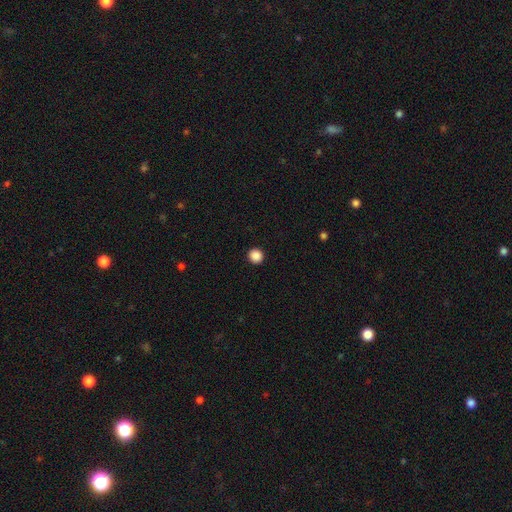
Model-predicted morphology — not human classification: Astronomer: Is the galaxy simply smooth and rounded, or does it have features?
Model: smooth — 88%.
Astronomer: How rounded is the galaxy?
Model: round — 94%.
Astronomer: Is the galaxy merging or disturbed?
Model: none — 94%.